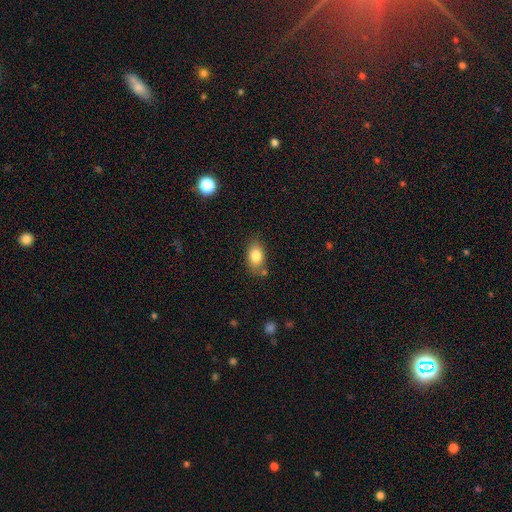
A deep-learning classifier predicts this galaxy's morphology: smooth 83%, featured or disk 9%, star or artifact 8%. Down the decision tree: how rounded — in between (86%); merging — none (73%).